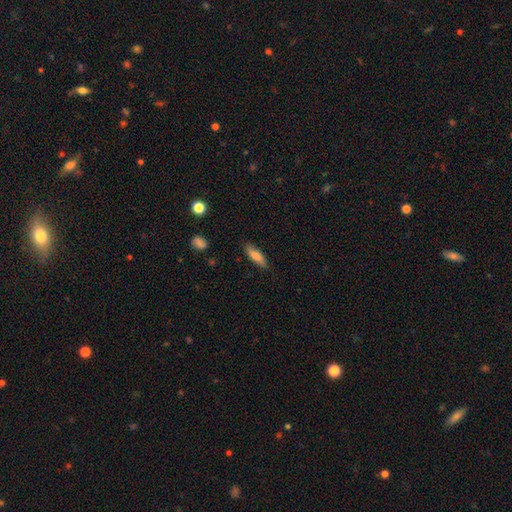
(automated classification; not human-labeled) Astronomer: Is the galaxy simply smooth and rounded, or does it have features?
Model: smooth — 74%.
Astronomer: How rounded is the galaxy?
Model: cigar-shaped — 54% (runner-up: in between, 44%).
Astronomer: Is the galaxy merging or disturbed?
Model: none — 85%.